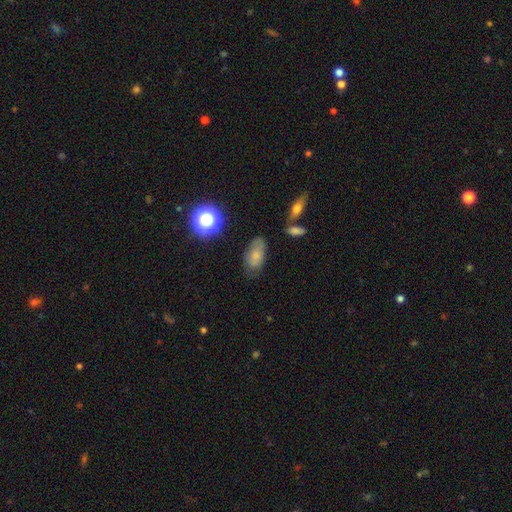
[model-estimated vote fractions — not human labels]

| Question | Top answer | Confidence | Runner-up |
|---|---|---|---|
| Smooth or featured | smooth | 72% | featured or disk (16%) |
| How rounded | in between | 91% | round (6%) |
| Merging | none | 65% | minor disturbance (25%) |